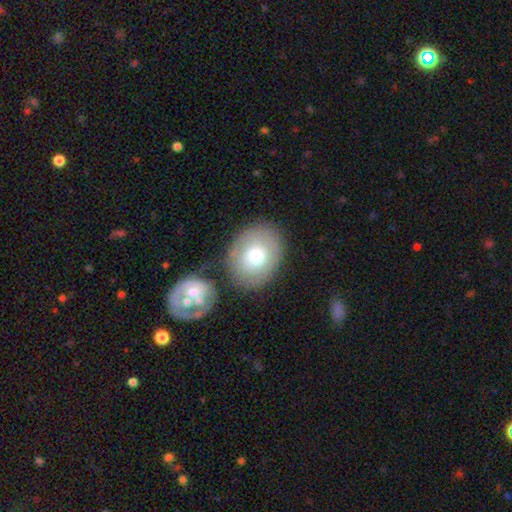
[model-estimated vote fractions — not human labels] smooth_or_featured: smooth (p=0.65) [alt: featured or disk p=0.27]
how_rounded: round (p=0.50) [alt: in between p=0.49]
merging: none (p=0.68) [alt: minor disturbance p=0.15]